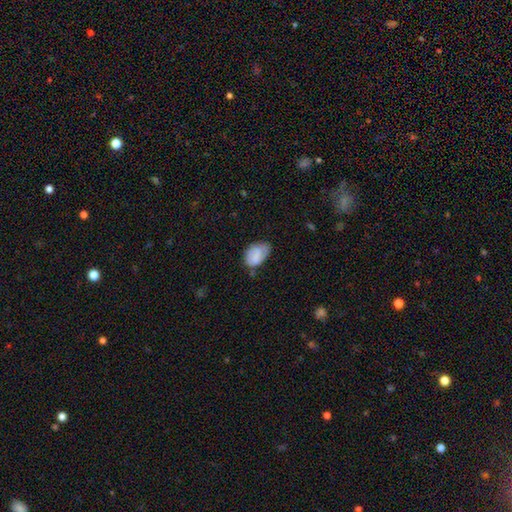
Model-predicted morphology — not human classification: A smooth galaxy with no disk features (69%) that is in between round and cigar-shaped (88%).

Vote fractions:
- Smooth or featured? smooth: 69% / featured or disk: 24% / star or artifact: 7%
- How rounded? in between: 88% / round: 10% / cigar-shaped: 1%
- Merging? none: 48% / minor disturbance: 38% / major disturbance: 11% / merger: 3%